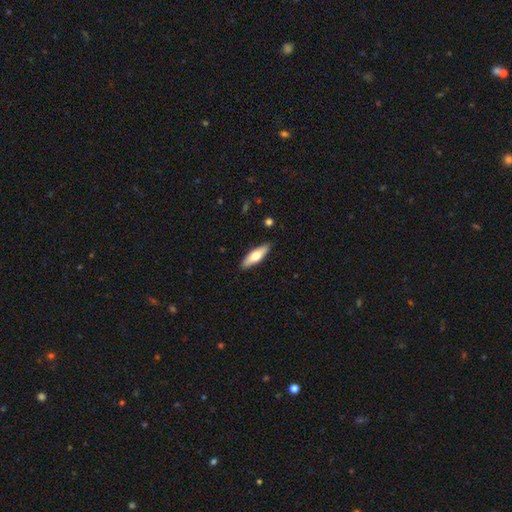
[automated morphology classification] smooth-or-featured: smooth: 60% | featured or disk: 35% | star or artifact: 6%
  how-rounded: cigar-shaped: 50% | in between: 48% | round: 2%
  merging: none: 88% | minor disturbance: 9% | major disturbance: 2% | merger: 1%